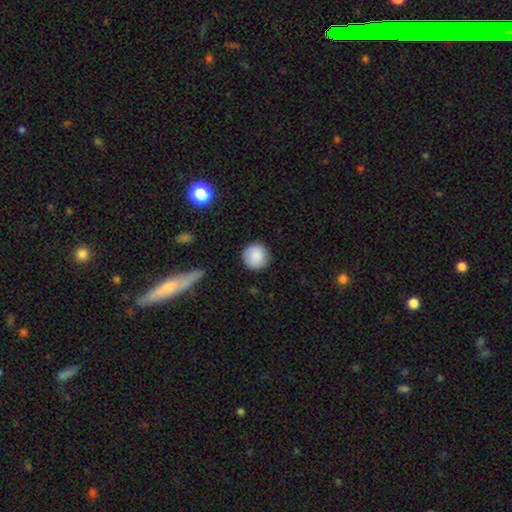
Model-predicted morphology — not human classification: smooth_or_featured: smooth (p=0.88) [alt: star or artifact p=0.07]
how_rounded: round (p=0.94) [alt: in between p=0.05]
merging: none (p=0.88) [alt: minor disturbance p=0.09]